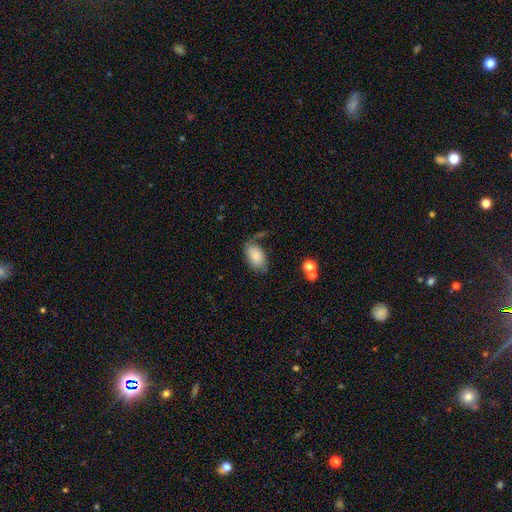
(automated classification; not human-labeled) Smooth or featured? Predicted: smooth (p=0.80). How rounded? Predicted: in between (p=0.94). Merging? Predicted: none (p=0.56).